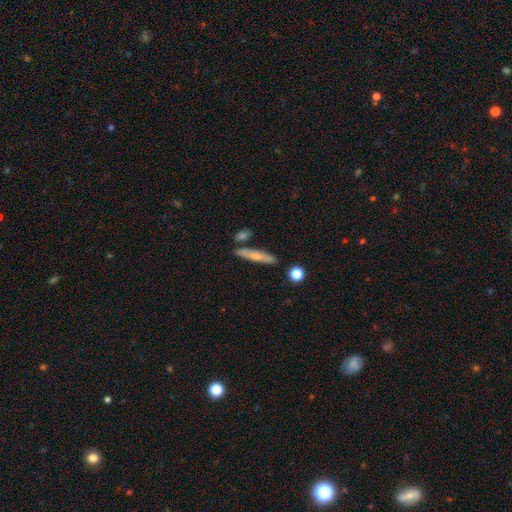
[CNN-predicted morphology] smooth-or-featured: smooth: 58% | featured or disk: 35% | star or artifact: 7%
  how-rounded: cigar-shaped: 87% | in between: 10% | round: 2%
  merging: none: 80% | minor disturbance: 10% | merger: 8% | major disturbance: 2%